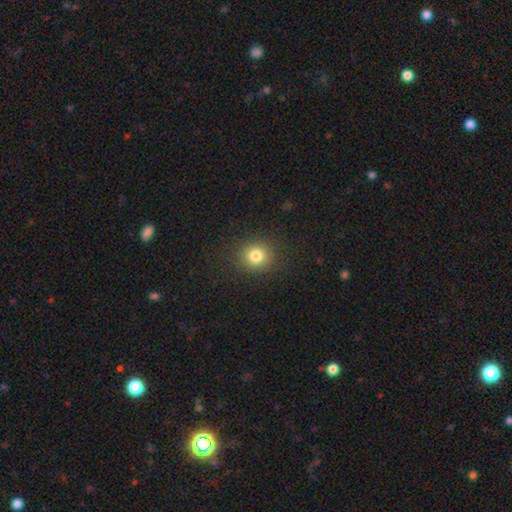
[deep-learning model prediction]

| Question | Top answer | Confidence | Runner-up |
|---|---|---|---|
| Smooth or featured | smooth | 80% | star or artifact (13%) |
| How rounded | round | 85% | in between (15%) |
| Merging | none | 88% | minor disturbance (8%) |